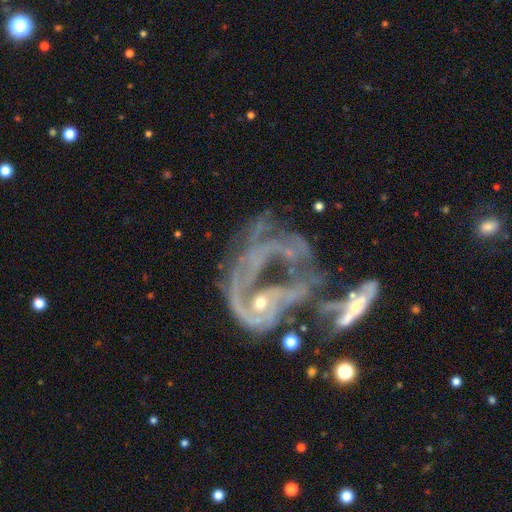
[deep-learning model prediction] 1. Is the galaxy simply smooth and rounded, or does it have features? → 75% featured or disk, 14% star or artifact, 10% smooth.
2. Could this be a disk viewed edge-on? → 97% no, 3% yes.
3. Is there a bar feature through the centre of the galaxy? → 72% no, 19% weak, 8% strong.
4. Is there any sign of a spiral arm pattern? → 53% yes, 47% no.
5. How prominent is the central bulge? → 46% small, 34% none, 16% moderate, 2% large, 2% dominant.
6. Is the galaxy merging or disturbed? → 41% major disturbance, 36% merger, 14% none, 9% minor disturbance.